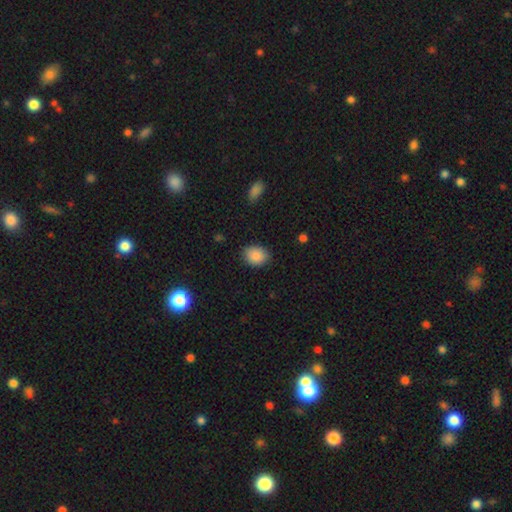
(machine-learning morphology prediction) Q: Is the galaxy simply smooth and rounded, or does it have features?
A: smooth — 88%.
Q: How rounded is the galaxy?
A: in between — 50%.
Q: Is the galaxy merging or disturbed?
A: none — 83%.